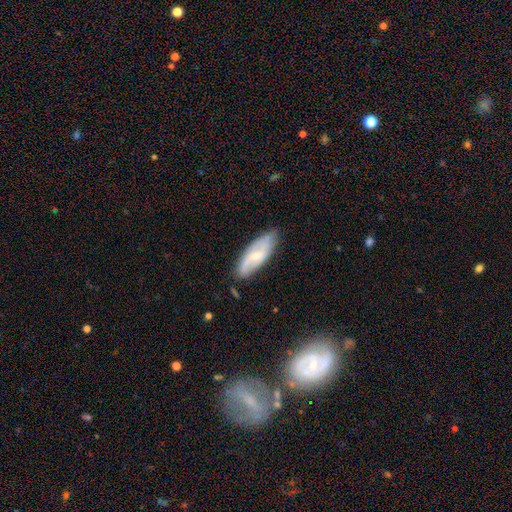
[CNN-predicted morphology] Smooth or featured?
  - featured or disk: 54% *
  - smooth: 40%
  - star or artifact: 6%
Edge-on disk?
  - no: 86% *
  - yes: 14%
Merging?
  - none: 71% *
  - minor disturbance: 22%
  - major disturbance: 5%
  - merger: 2%